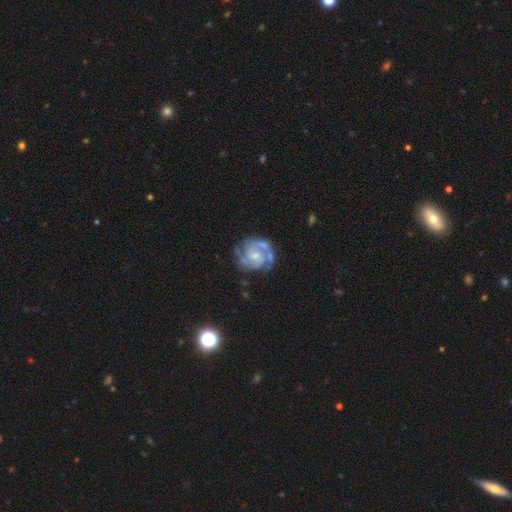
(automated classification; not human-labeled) Smooth or featured: featured or disk — 88% (smooth — 7%)
Edge-on disk: no — 98% (yes — 2%)
Bar: no — 56% (weak — 36%)
Spiral arms: yes — 96% (no — 4%)
Spiral winding: tight — 47% (medium — 44%)
Spiral arm count: 2 — 61% (3 — 19%)
Bulge size: small — 56% (moderate — 32%)
Merging: none — 66% (minor disturbance — 19%)